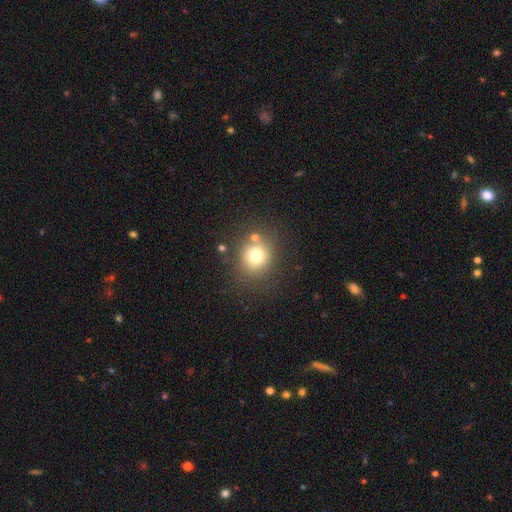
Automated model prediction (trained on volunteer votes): This appears to be a smooth galaxy with no disk features (73%) that is round (82%). Merging: none (74%).